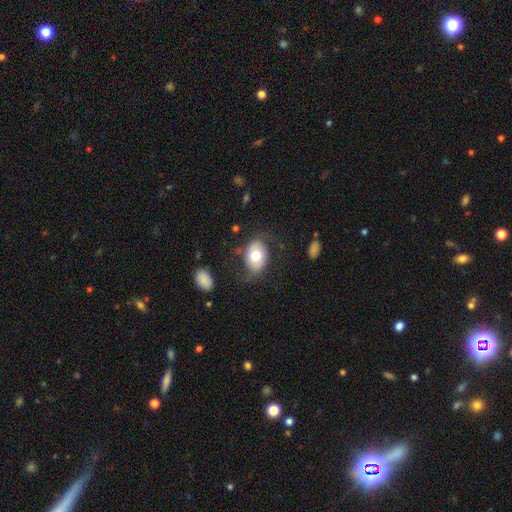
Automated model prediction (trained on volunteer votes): smooth_or_featured: smooth (p=0.63) [alt: featured or disk p=0.30]
how_rounded: in between (p=0.76) [alt: round p=0.23]
merging: none (p=0.62) [alt: minor disturbance p=0.22]